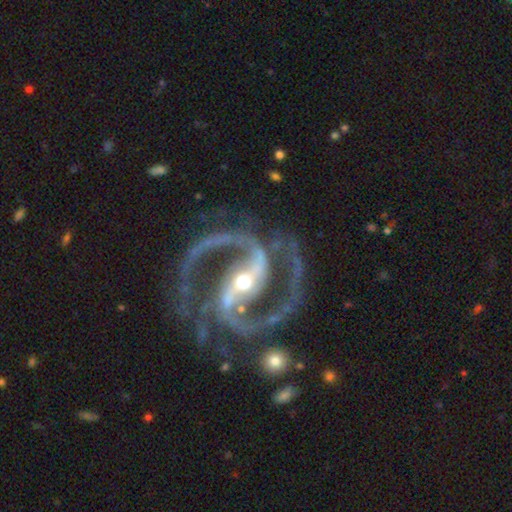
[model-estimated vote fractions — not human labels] A featured or disk galaxy (93%) with a strong bar (76%), 2 (94%) medium (52%) spiral arms (98%) and a moderate central bulge (55%). Merging: none (72%).